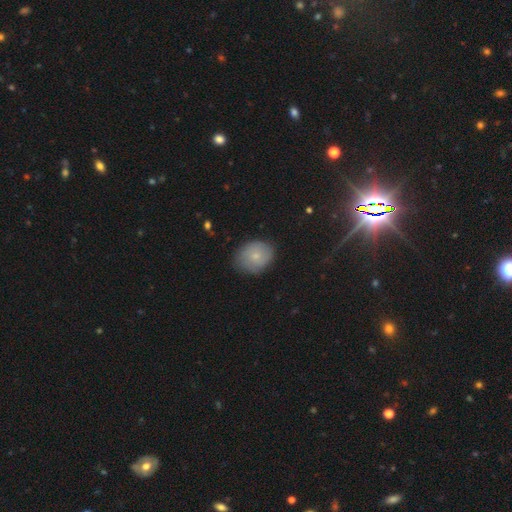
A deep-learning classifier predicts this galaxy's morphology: Smooth or featured? smooth (70%)
How rounded? round (56%)
Merging? none (75%)